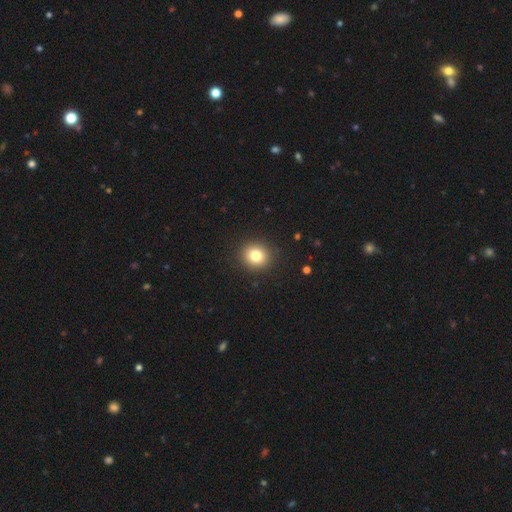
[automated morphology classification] smooth-or-featured: smooth: 79% | star or artifact: 12% | featured or disk: 9%
  how-rounded: round: 85% | in between: 14% | cigar-shaped: 1%
  merging: none: 91% | minor disturbance: 6% | major disturbance: 2% | merger: 1%